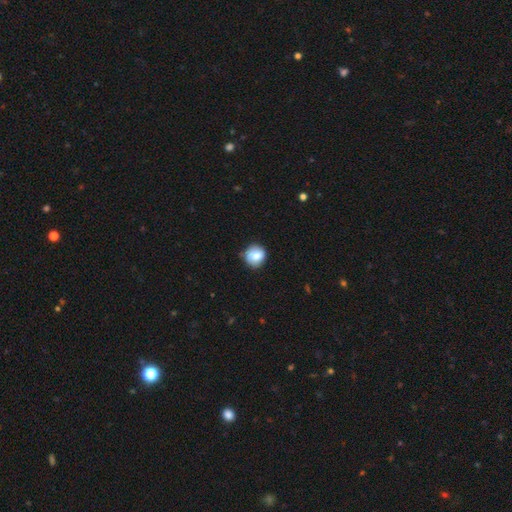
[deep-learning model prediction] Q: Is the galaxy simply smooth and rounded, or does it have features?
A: smooth — 81%.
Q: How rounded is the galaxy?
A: round — 88%.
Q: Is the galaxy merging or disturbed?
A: none — 76%.